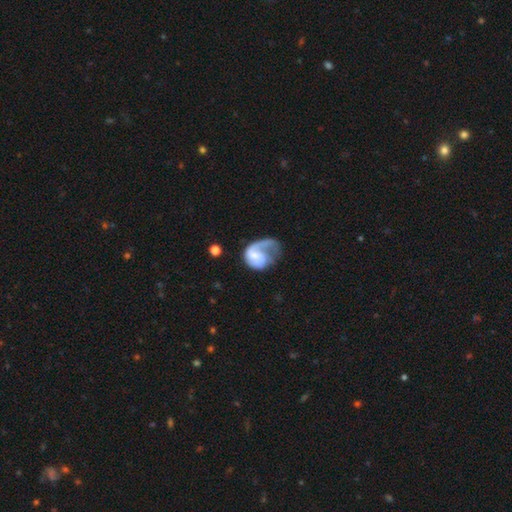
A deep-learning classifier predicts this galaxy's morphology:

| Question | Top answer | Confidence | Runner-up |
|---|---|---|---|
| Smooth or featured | featured or disk | 69% | smooth (26%) |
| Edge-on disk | no | 98% | yes (2%) |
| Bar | no | 57% | weak (35%) |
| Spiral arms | yes | 89% | no (11%) |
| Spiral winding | loose | 43% | medium (36%) |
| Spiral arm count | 1 | 70% | 2 (22%) |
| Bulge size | small | 37% | none (36%) |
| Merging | major disturbance | 49% | none (27%) |